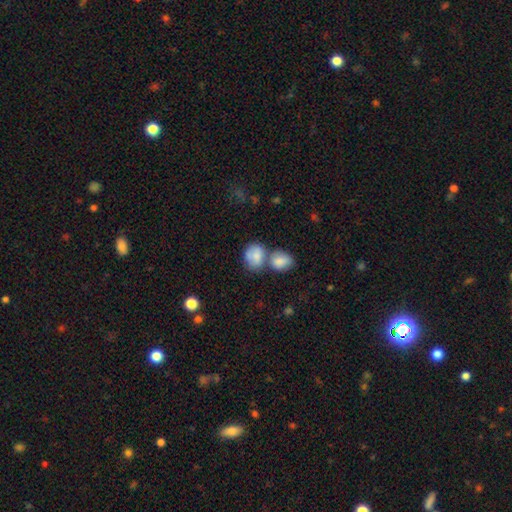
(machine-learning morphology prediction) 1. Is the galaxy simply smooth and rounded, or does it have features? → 79% smooth, 14% featured or disk, 7% star or artifact.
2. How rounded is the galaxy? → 57% in between, 42% round, 1% cigar-shaped.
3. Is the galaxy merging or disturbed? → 56% merger, 27% none, 12% minor disturbance, 5% major disturbance.